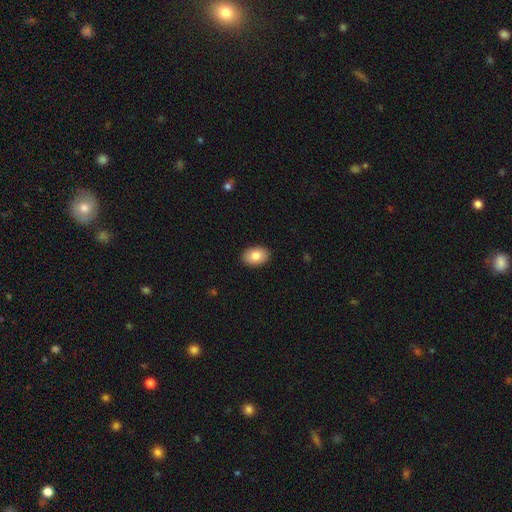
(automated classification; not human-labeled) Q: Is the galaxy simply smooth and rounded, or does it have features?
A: smooth — 83%.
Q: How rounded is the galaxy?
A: in between — 85%.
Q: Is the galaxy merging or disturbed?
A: none — 90%.